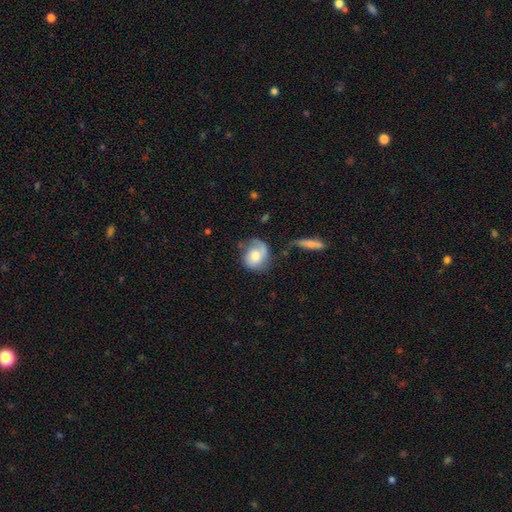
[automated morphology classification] Smooth or featured? smooth (50%)
Merging? none (51%)